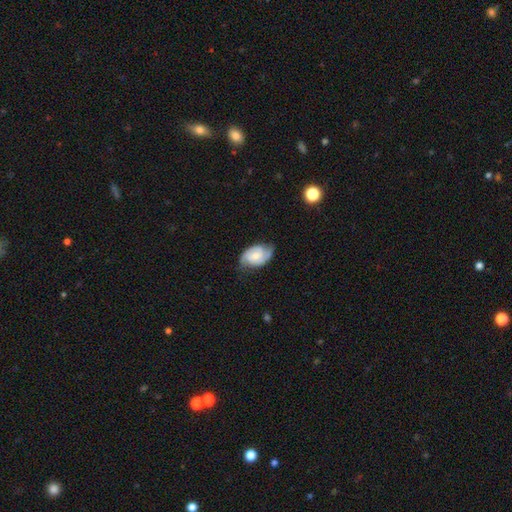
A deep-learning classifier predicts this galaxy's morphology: Smooth or featured? featured or disk (72%)
Edge-on disk? no (97%)
Bar? no (61%)
Spiral arms? yes (92%)
Spiral winding? medium (42%, tied with tight)
Spiral arm count? 2 (79%)
Bulge size? moderate (52%)
Merging? none (65%)